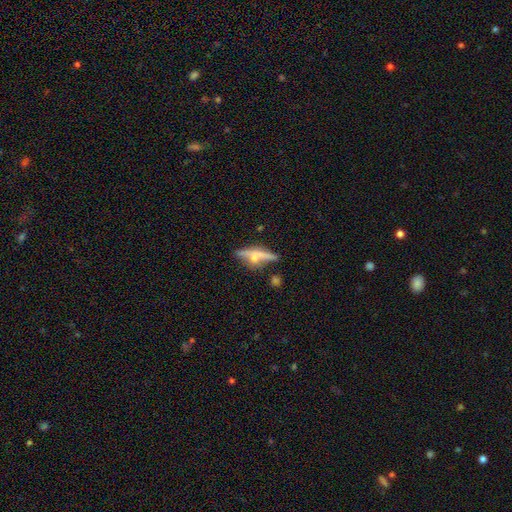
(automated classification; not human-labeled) Smooth or featured? featured or disk (54%)
Edge-on disk? yes (86%)
Merging? none (62%)